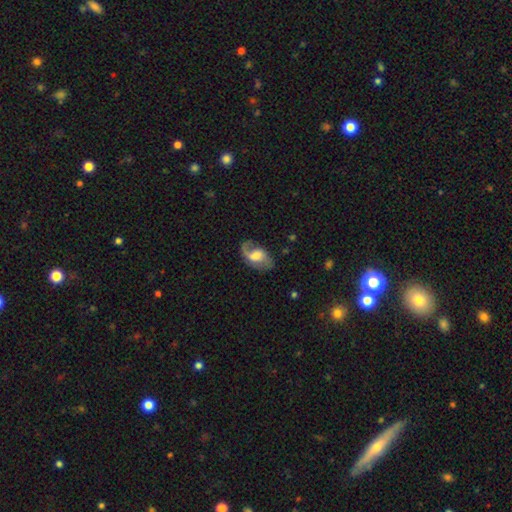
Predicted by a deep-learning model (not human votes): A featured or disk galaxy (72%) with a weak bar (49%), 2 (65%) loose (47%) spiral arms (91%) and a moderate central bulge (45%). Merging: none (63%).